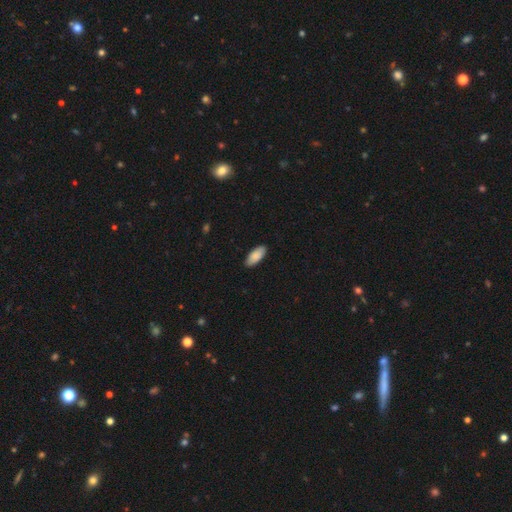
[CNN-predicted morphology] The model was most divided on "how rounded": in between: 88%, cigar-shaped: 11%, round: 2%. More confident: smooth or featured — smooth (89%); merging — none (89%).